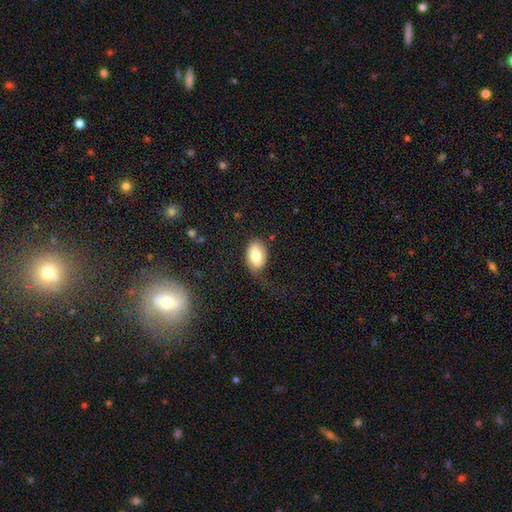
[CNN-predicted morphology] smooth-or-featured: smooth: 77% | featured or disk: 16% | star or artifact: 7%
  how-rounded: in between: 90% | round: 9% | cigar-shaped: 1%
  merging: none: 64% | minor disturbance: 23% | major disturbance: 11% | merger: 2%